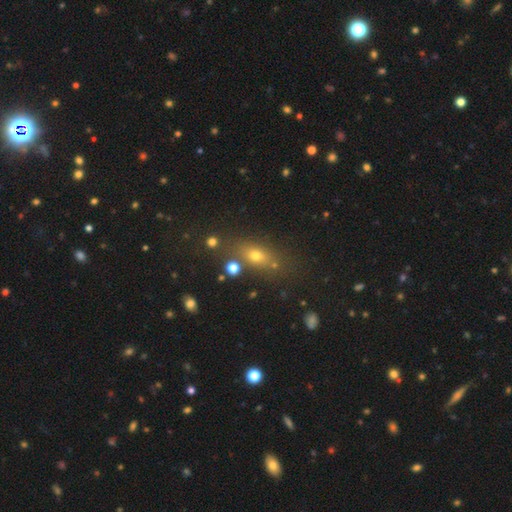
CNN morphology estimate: Smooth or featured: smooth — 59% (star or artifact — 24%)
How rounded: in between — 55% (round — 25%)
Merging: none — 73% (minor disturbance — 12%)